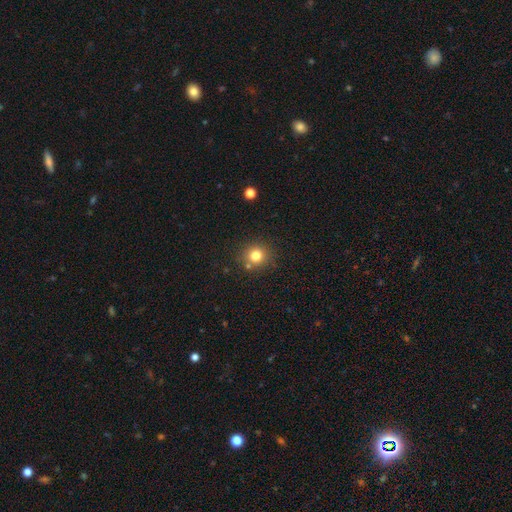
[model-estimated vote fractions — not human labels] Smooth or featured?
  - smooth: 80% *
  - star or artifact: 13%
  - featured or disk: 7%
How rounded?
  - round: 90% *
  - in between: 9%
  - cigar-shaped: 1%
Merging?
  - none: 80% *
  - minor disturbance: 9%
  - merger: 8%
  - major disturbance: 3%